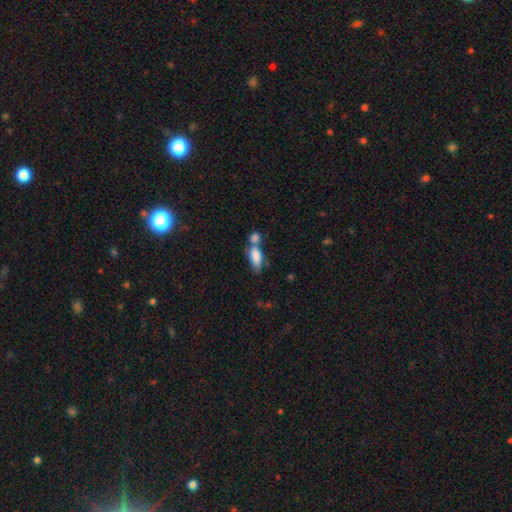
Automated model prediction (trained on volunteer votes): Smooth or featured: smooth — 82% (featured or disk — 10%)
How rounded: in between — 85% (cigar-shaped — 12%)
Merging: merger — 50% (none — 31%)